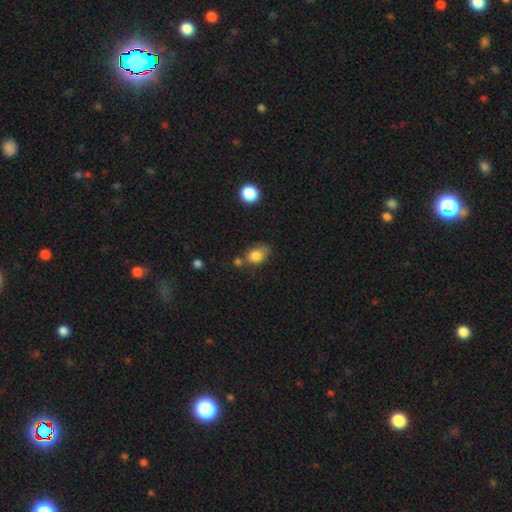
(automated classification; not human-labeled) Overall: smooth (82%). How rounded: in between (62%; round 37%). Merging: none (51%; minor disturbance 26%).